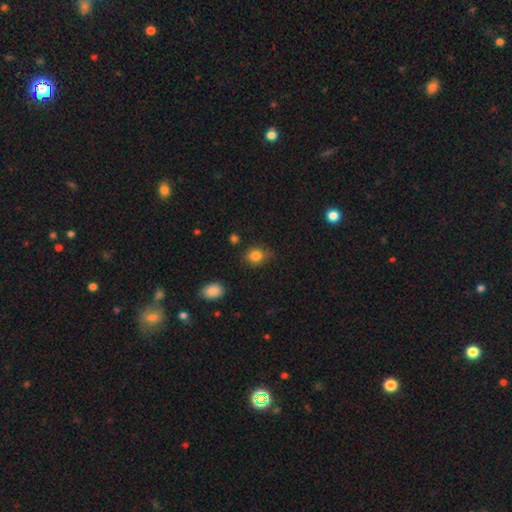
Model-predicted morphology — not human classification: Smooth or featured: smooth — 84% (star or artifact — 10%)
How rounded: round — 54% (in between — 45%)
Merging: none — 75% (minor disturbance — 19%)